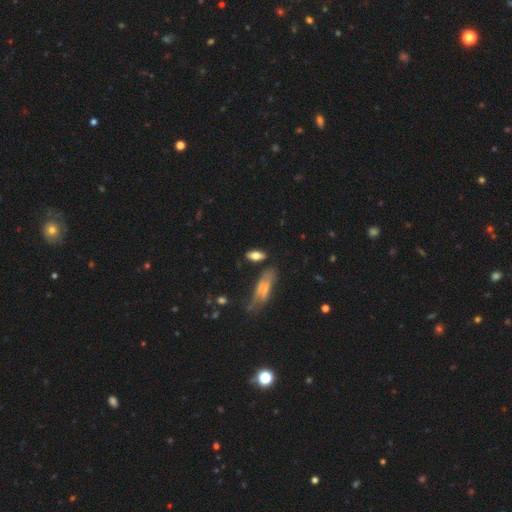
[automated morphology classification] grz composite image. It shows a smooth galaxy with no disk features (70%) that is in between round and cigar-shaped (76%). Merging: none (70%).